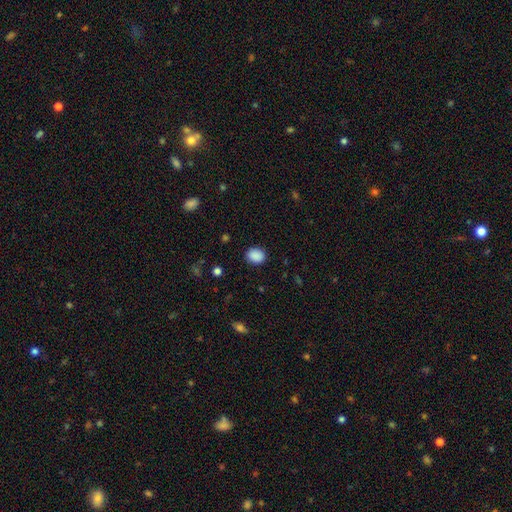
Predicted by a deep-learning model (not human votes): Smooth or featured?
  - smooth: 89% *
  - star or artifact: 8%
  - featured or disk: 3%
How rounded?
  - in between: 52% *
  - round: 47%
  - cigar-shaped: 1%
Merging?
  - none: 87% *
  - minor disturbance: 9%
  - major disturbance: 3%
  - merger: 1%